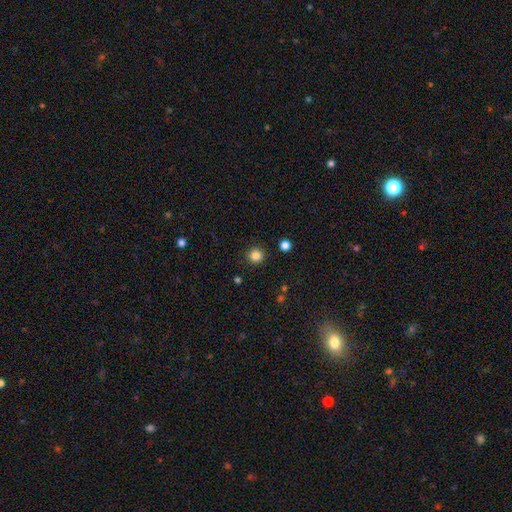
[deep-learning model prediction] This is clearly a smooth galaxy (84%). How rounded: clearly round (95%). Merging: clearly none (91%).